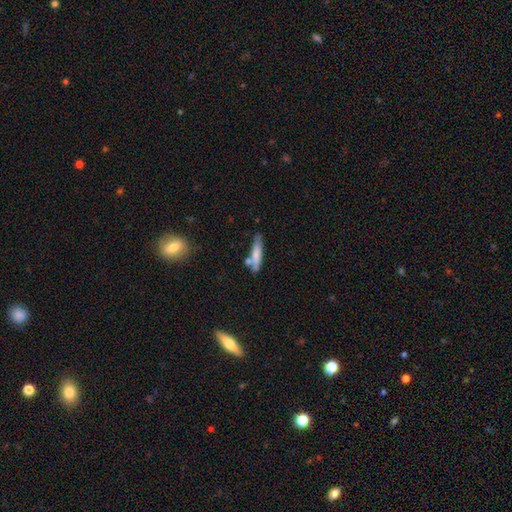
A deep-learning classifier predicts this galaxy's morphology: smooth_or_featured: smooth (p=0.71) [alt: featured or disk p=0.22]
how_rounded: cigar-shaped (p=0.79) [alt: in between p=0.19]
merging: none (p=0.60) [alt: minor disturbance p=0.19]